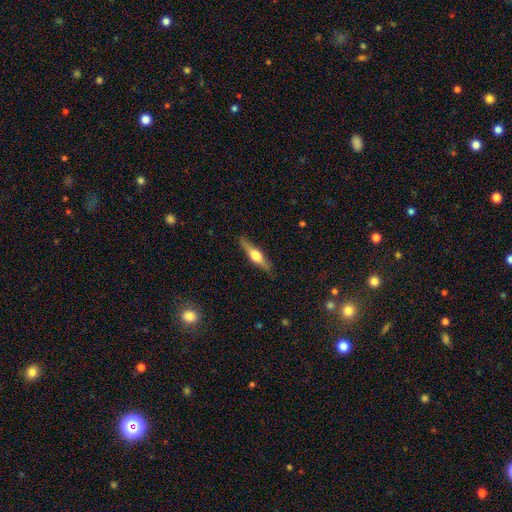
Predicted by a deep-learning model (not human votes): featured or disk 61%, smooth 33%, star or artifact 5%. Down the decision tree: edge-on disk — yes (96%); edge-on bulge — rounded (92%); merging — none (86%).